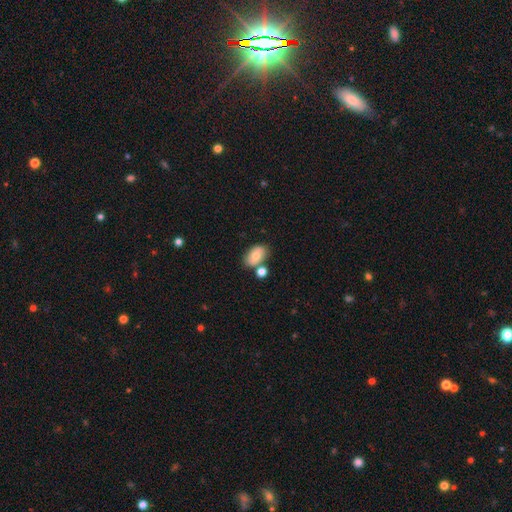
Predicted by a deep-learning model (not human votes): A smooth galaxy with no disk features (73%) that is in between round and cigar-shaped (87%). Merging: none (64%).